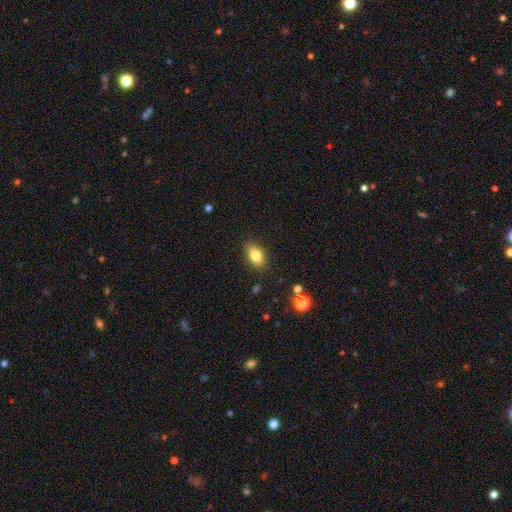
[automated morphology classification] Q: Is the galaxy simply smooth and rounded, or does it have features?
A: smooth — 82%.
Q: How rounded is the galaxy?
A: in between — 88%.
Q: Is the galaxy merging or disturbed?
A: none — 86%.